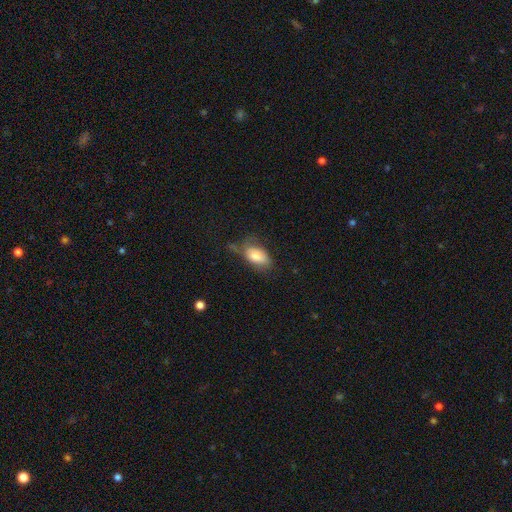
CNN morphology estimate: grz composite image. It shows a smooth galaxy with no disk features (78%) that is in between round and cigar-shaped (92%). Merging: none (48%).